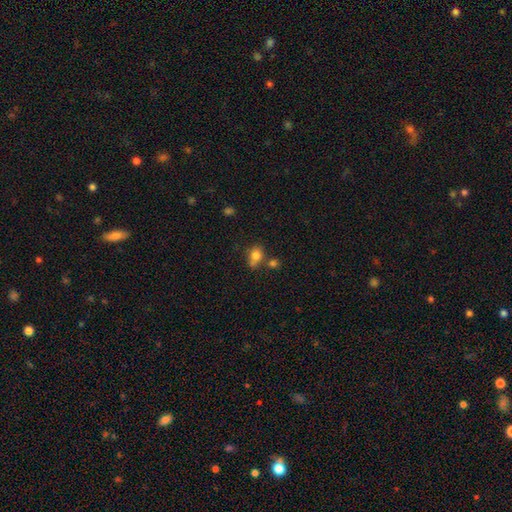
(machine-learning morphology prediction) Smooth or featured: smooth — 79% (star or artifact — 11%)
How rounded: round — 54% (in between — 45%)
Merging: none — 49% (merger — 25%)